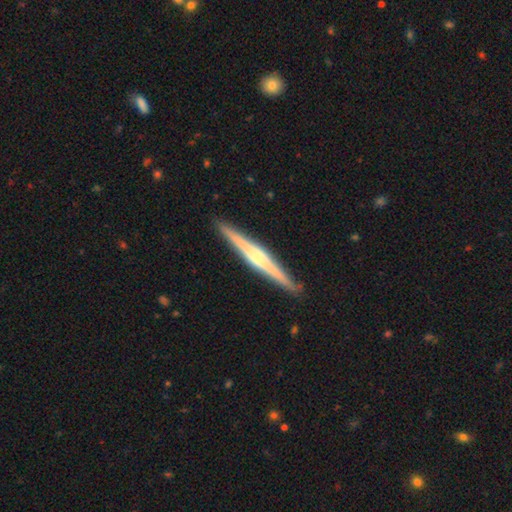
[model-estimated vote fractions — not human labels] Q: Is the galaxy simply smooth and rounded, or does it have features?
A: featured or disk — 75%.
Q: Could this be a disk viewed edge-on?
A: yes — 98%.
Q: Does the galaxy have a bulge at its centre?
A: rounded — 65%.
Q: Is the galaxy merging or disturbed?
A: none — 91%.